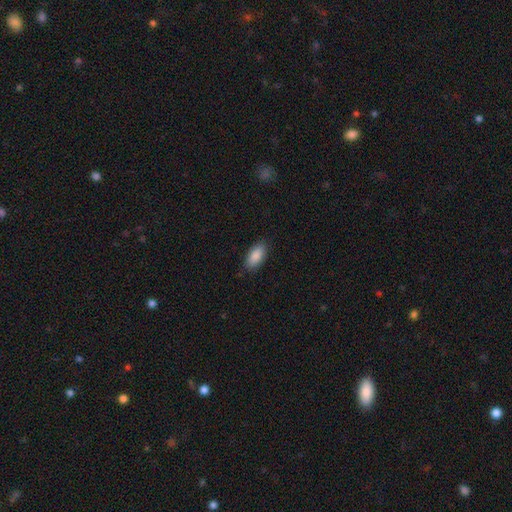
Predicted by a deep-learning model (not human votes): A smooth galaxy with no disk features (89%) that is in between round and cigar-shaped (90%). Merging: none (86%).